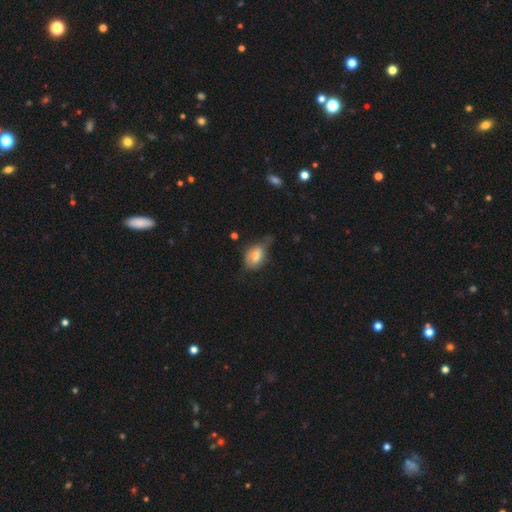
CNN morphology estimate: Smooth or featured: smooth — 73% (featured or disk — 19%)
How rounded: in between — 83% (round — 14%)
Merging: minor disturbance — 41% (none — 35%)